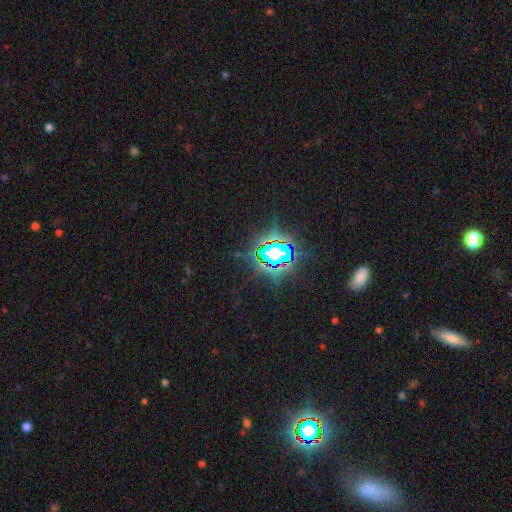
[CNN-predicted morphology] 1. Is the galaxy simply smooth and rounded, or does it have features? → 77% star or artifact, 13% smooth, 10% featured or disk.